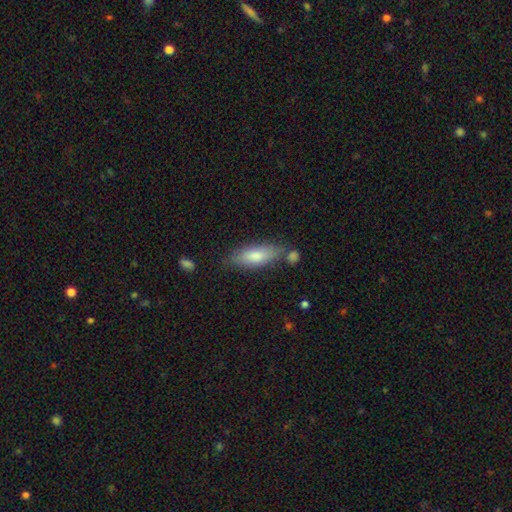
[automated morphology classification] The model was most divided on "how rounded": in between: 55%, cigar-shaped: 43%, round: 2%. More confident: smooth or featured — smooth (74%); merging — none (71%).